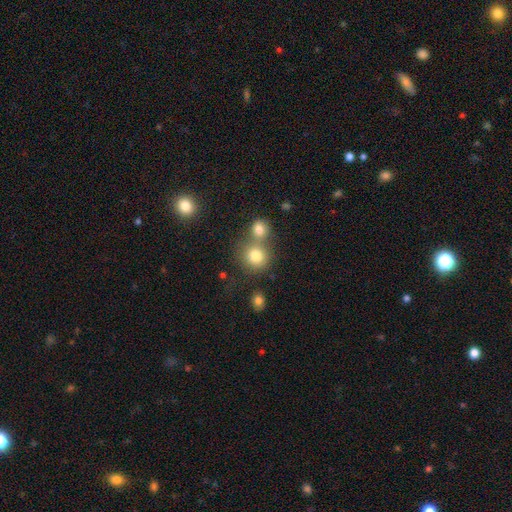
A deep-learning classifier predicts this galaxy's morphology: Overall: smooth (79%). How rounded: round (87%). Merging: none (51%; merger 38%).